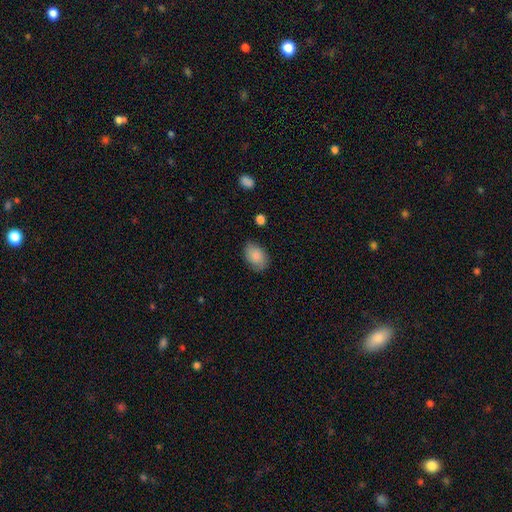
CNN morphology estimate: type=smooth (85%); roundness=in between (85%); merging=none (75%).